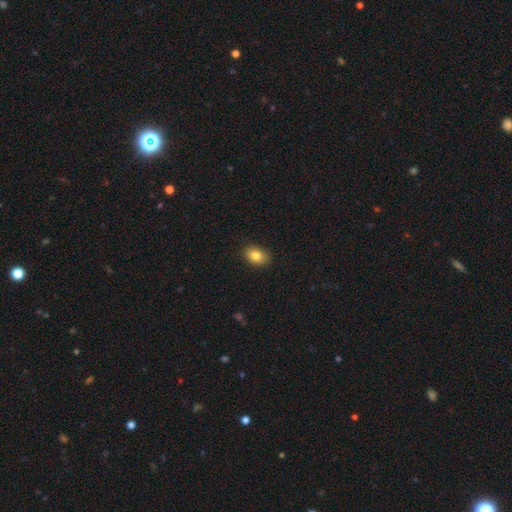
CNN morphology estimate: A smooth galaxy with no disk features (83%) that is in between round and cigar-shaped (80%). Merging: none (87%).